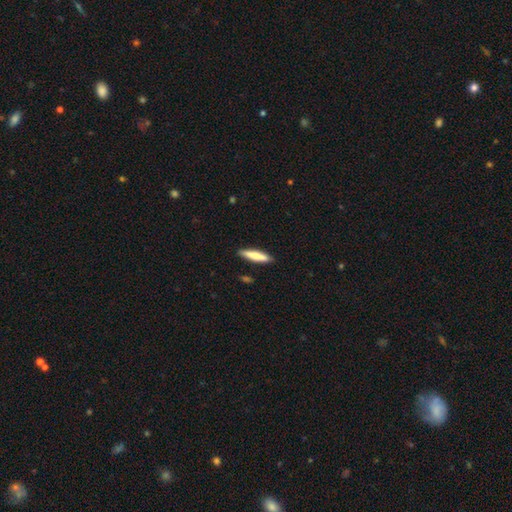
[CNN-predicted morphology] This is likely a smooth galaxy (75%). How rounded: clearly cigar-shaped (85%). Merging: clearly none (90%).